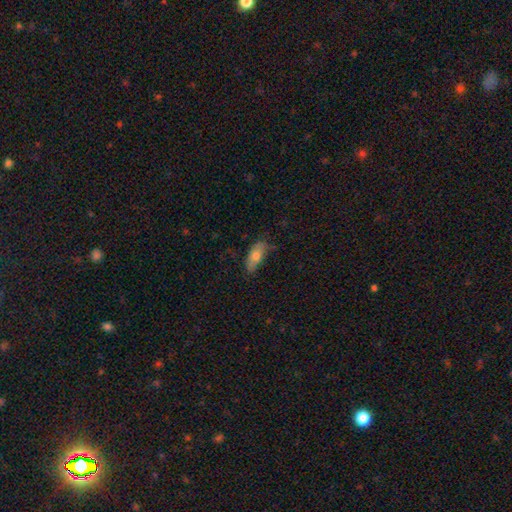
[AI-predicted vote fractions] Smooth or featured?
  - smooth: 72% *
  - featured or disk: 21%
  - star or artifact: 7%
How rounded?
  - in between: 81% *
  - cigar-shaped: 17%
  - round: 3%
Merging?
  - none: 63% *
  - minor disturbance: 29%
  - major disturbance: 6%
  - merger: 2%